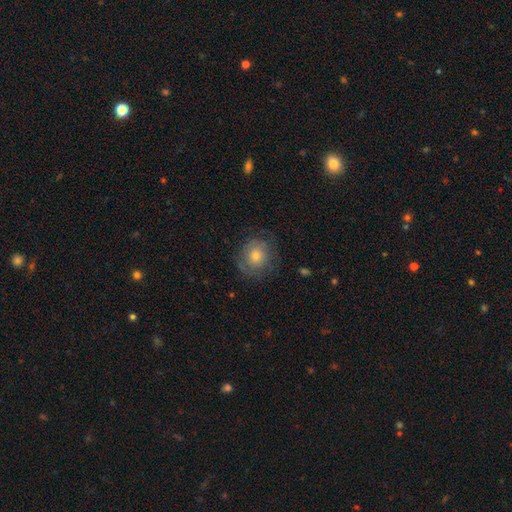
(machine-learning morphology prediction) The model was most divided on "smooth or featured": smooth: 59%, featured or disk: 31%, star or artifact: 10%. More confident: how rounded — round (86%); merging — none (75%).